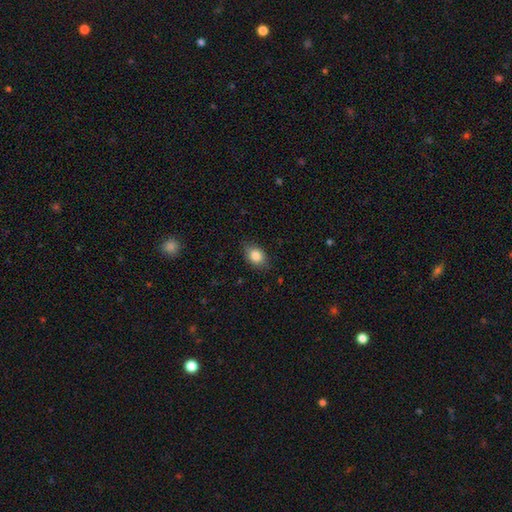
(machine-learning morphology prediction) A smooth galaxy with no disk features (85%) that is in between round and cigar-shaped (72%). Merging: none (81%).